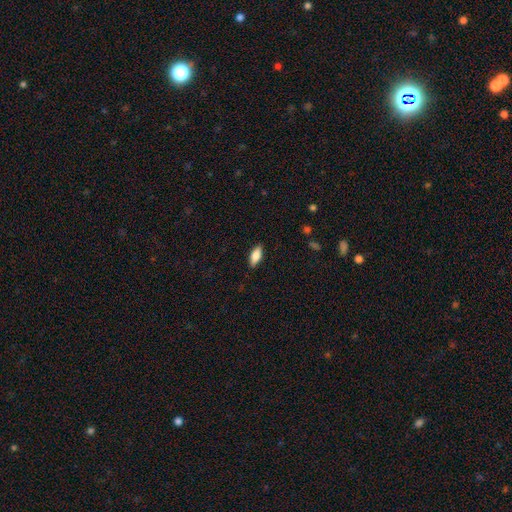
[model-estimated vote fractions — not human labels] Smooth or featured? smooth (79%)
How rounded? in between (79%)
Merging? none (87%)